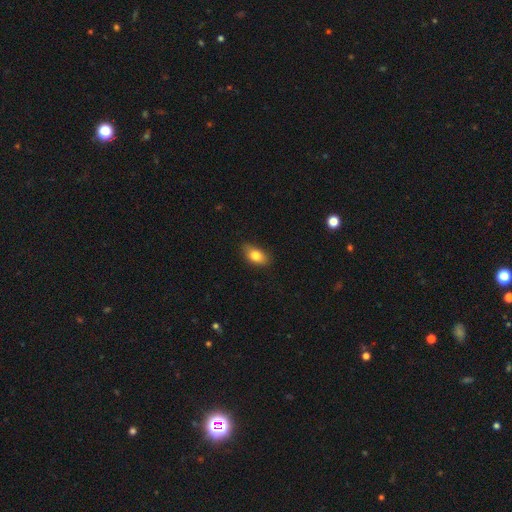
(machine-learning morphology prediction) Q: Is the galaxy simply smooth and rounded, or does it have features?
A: smooth — 80%.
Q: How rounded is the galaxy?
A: in between — 87%.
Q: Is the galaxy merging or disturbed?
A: none — 82%.